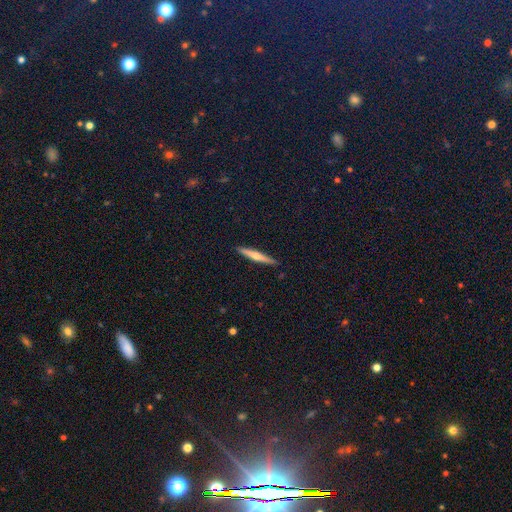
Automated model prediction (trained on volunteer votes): smooth-or-featured: featured or disk: 49% | smooth: 45% | star or artifact: 6%
  merging: none: 90% | minor disturbance: 7% | major disturbance: 1% | merger: 1%